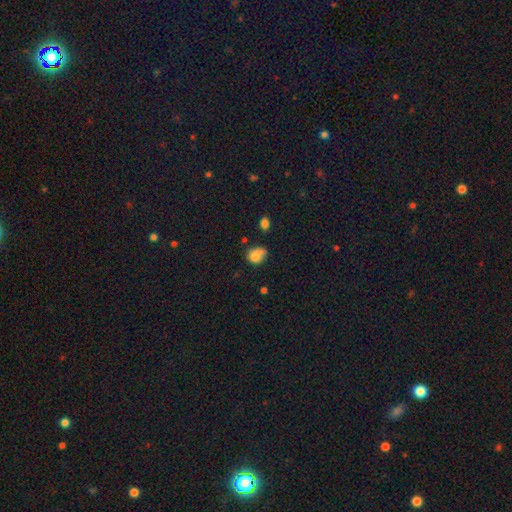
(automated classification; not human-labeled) Smooth or featured? smooth (73%)
How rounded? in between (55%)
Merging? none (37%)